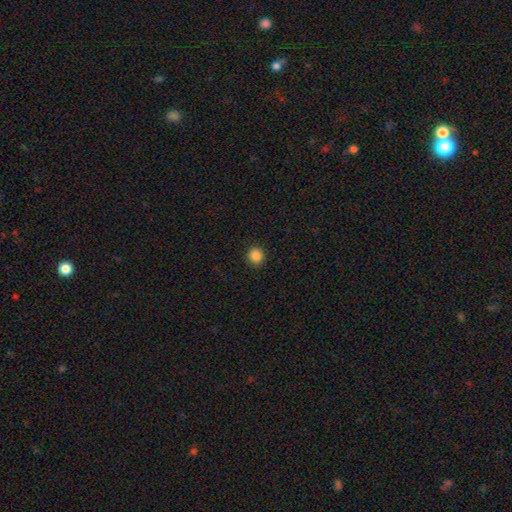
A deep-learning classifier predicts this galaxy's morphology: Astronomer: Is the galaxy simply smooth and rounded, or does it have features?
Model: smooth — 87%.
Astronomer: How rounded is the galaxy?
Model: round — 91%.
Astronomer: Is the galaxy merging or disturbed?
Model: none — 92%.